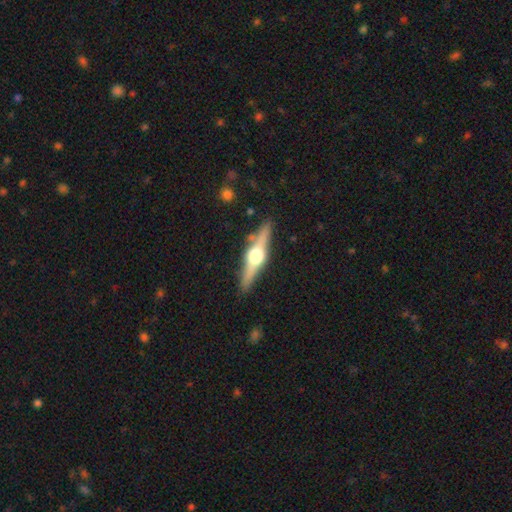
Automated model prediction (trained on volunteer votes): Q: Smooth or featured?
A: featured or disk (76%); runner-up: smooth (18%)
Q: Edge-on disk?
A: yes (97%); runner-up: no (3%)
Q: Edge-on bulge?
A: rounded (95%); runner-up: boxy (4%)
Q: Merging?
A: none (87%); runner-up: minor disturbance (9%)